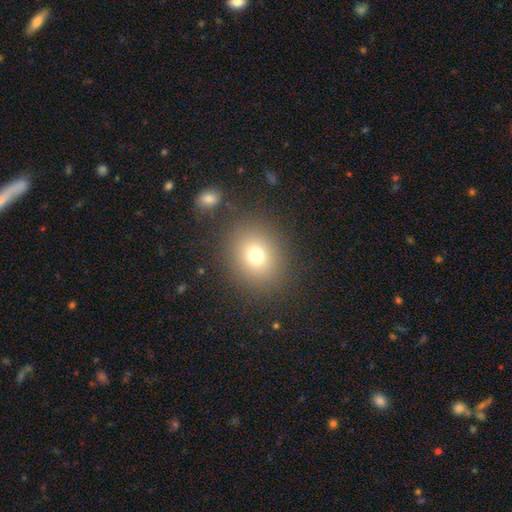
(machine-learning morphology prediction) This appears to be a smooth galaxy with no disk features (73%) that is round (74%). Merging: none (85%).